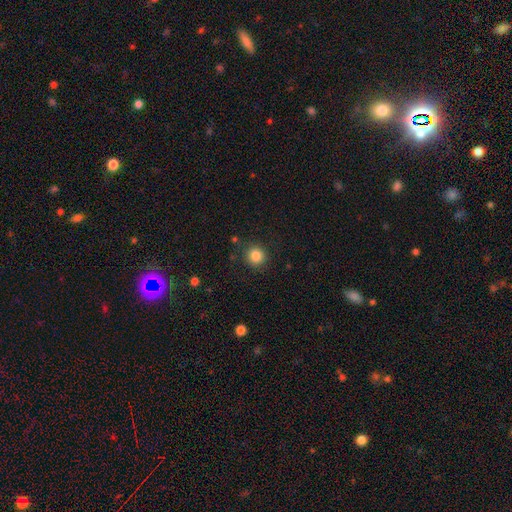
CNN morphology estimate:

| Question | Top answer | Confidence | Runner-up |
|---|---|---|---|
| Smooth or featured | smooth | 84% | star or artifact (11%) |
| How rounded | round | 92% | in between (7%) |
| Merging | none | 88% | minor disturbance (8%) |